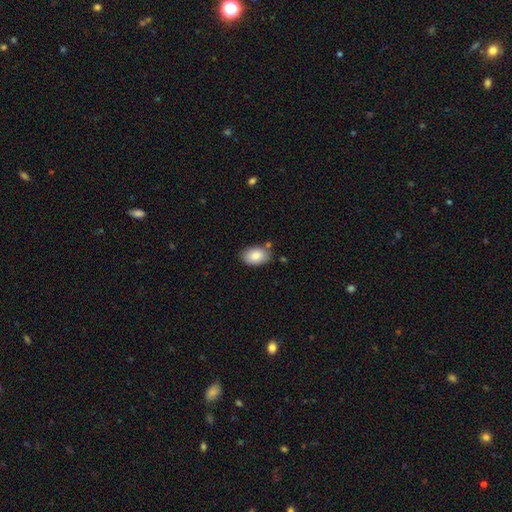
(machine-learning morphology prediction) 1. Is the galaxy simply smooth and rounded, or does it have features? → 85% smooth, 8% featured or disk, 7% star or artifact.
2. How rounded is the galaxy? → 88% in between, 11% round, 1% cigar-shaped.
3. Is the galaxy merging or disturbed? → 78% none, 14% minor disturbance, 5% merger, 3% major disturbance.